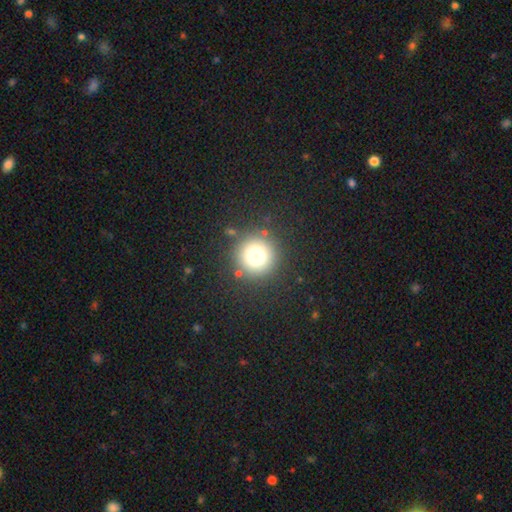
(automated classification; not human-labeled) Q: Smooth or featured?
A: smooth (74%); runner-up: star or artifact (16%)
Q: How rounded?
A: round (96%); runner-up: in between (3%)
Q: Merging?
A: none (87%); runner-up: minor disturbance (7%)